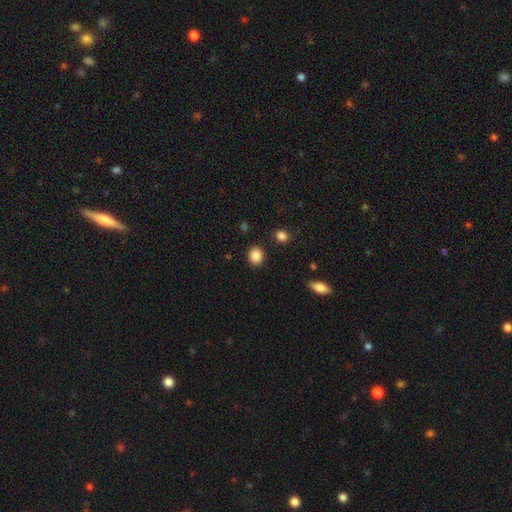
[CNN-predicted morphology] smooth_or_featured: smooth (p=0.87) [alt: star or artifact p=0.09]
how_rounded: round (p=0.55) [alt: in between p=0.44]
merging: none (p=0.87) [alt: minor disturbance p=0.08]